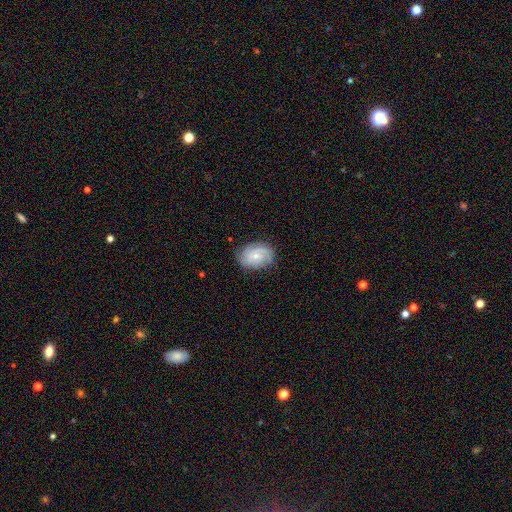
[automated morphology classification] smooth-or-featured: featured or disk: 63% | smooth: 30% | star or artifact: 7%
  disk-edge-on: no: 97% | yes: 3%
    bar: no: 68% | weak: 28% | strong: 4%
    has-spiral-arms: yes: 88% | no: 12%
      spiral-winding: tight: 56% | medium: 33% | loose: 11%
      spiral-arm-count: 2: 39% | can't tell: 32% | 3: 14% | 1: 7% | 4: 4% | more than 4: 3%
    bulge-size: small: 65% | moderate: 31% | none: 2% | large: 1% | dominant: 1%
  merging: none: 76% | minor disturbance: 18% | major disturbance: 5% | merger: 1%